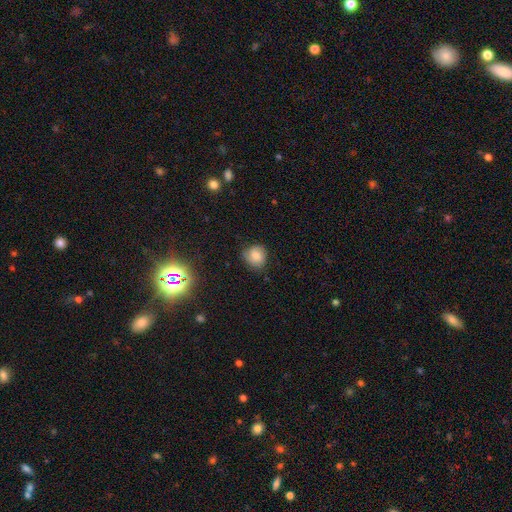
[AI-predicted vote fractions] Smooth or featured? Predicted: smooth (p=0.73). How rounded? Predicted: round (p=0.79). Merging? Predicted: none (p=0.70).